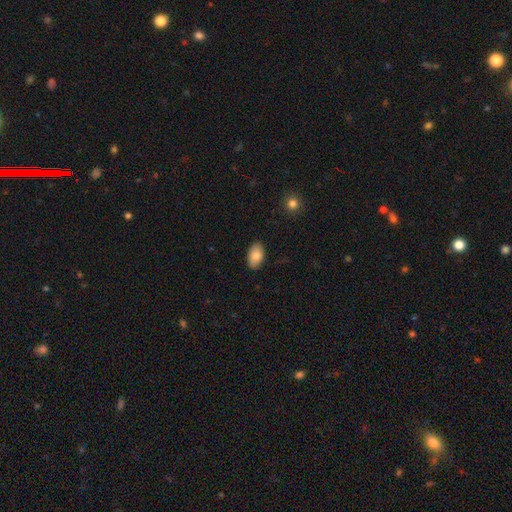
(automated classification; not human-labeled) smooth 84%, featured or disk 9%, star or artifact 7%. Down the decision tree: how rounded — in between (94%); merging — none (87%).